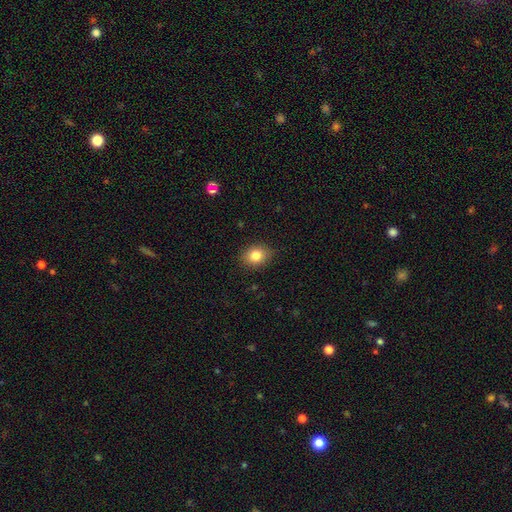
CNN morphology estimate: A smooth galaxy with no disk features (83%) that is in between round and cigar-shaped (51%). Merging: none (86%).